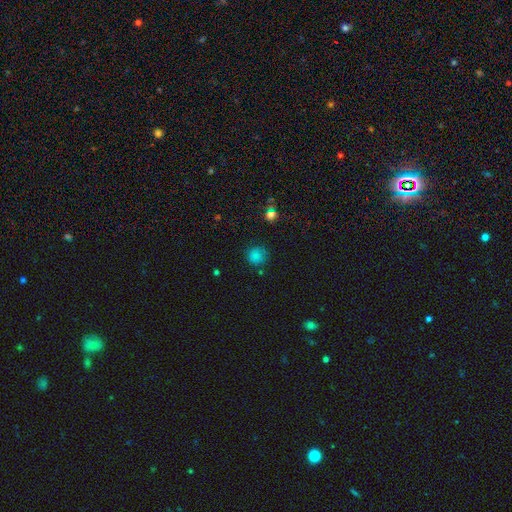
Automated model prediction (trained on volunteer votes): smooth 79%, star or artifact 16%, featured or disk 5%. Down the decision tree: how rounded — round (91%); merging — none (79%).